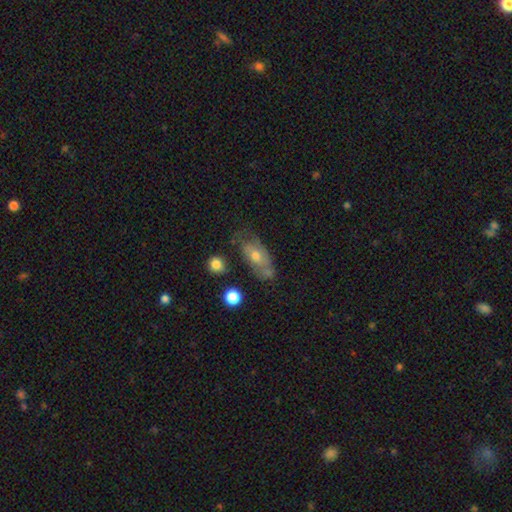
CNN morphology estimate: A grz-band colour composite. It shows a featured or disk galaxy (51%). Merging: none (51%).